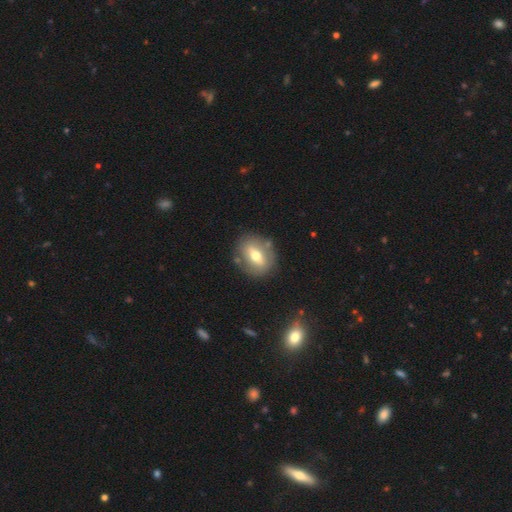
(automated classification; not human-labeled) This appears to be a smooth galaxy with no disk features (46%, tied with featured or disk). Merging: none (80%).